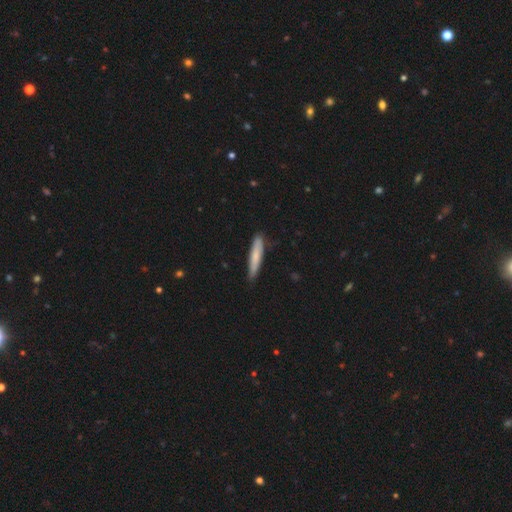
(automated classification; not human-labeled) Morphology: type=smooth (73%); roundness=cigar-shaped (92%); merging=none (83%).